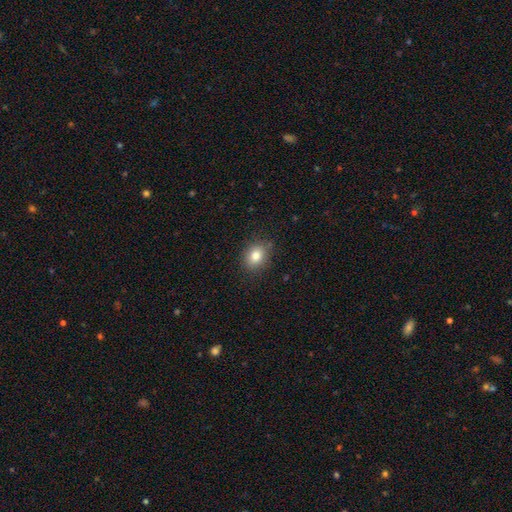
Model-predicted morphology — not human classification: This appears to be a smooth galaxy with no disk features (83%) that is in between round and cigar-shaped (54%). Merging: none (83%).